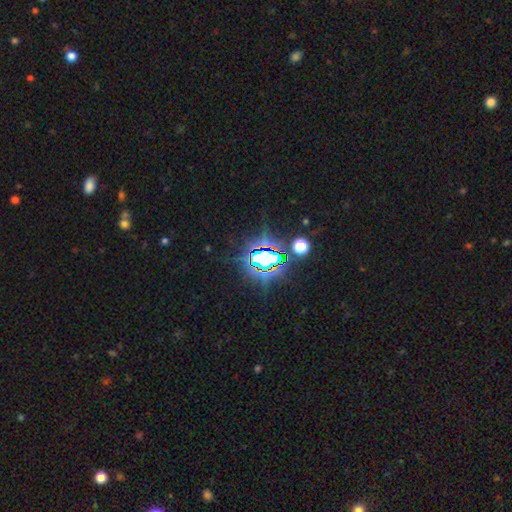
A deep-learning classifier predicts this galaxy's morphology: A star or artifact, not a galaxy (81%).

Vote fractions:
- Smooth or featured? star or artifact: 81% / smooth: 10% / featured or disk: 8%